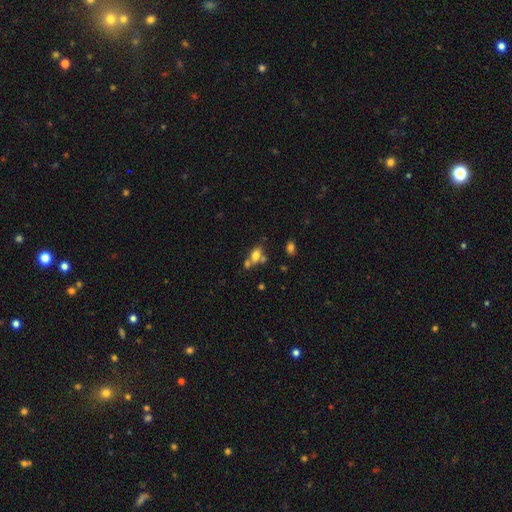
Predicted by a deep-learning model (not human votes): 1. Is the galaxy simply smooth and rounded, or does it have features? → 69% smooth, 19% featured or disk, 12% star or artifact.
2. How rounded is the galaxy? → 79% in between, 14% round, 7% cigar-shaped.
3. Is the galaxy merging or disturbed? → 42% none, 37% merger, 14% minor disturbance, 7% major disturbance.